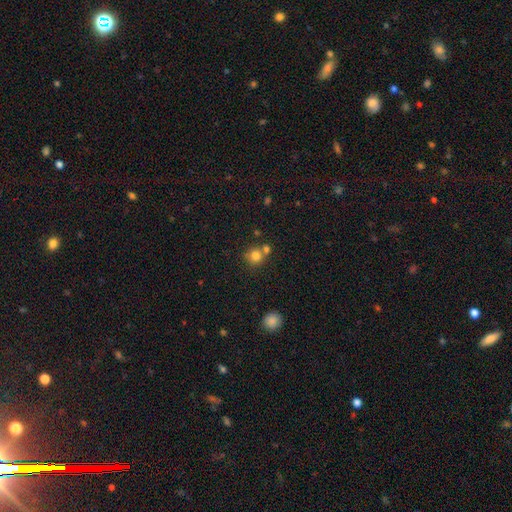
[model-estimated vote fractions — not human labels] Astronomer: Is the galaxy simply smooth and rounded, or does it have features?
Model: smooth — 79%.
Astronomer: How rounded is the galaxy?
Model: round — 89%.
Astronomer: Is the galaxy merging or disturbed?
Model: none — 60%.